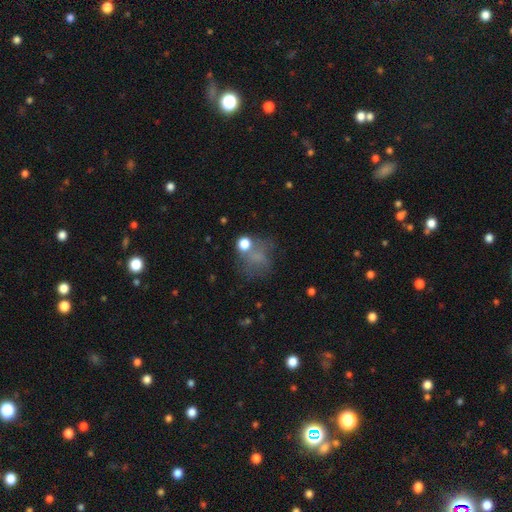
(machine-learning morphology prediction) A smooth galaxy with no disk features (53%) that is round (62%).

Vote fractions:
- Smooth or featured? smooth: 53% / star or artifact: 24% / featured or disk: 23%
- How rounded? round: 62% / in between: 37% / cigar-shaped: 1%
- Merging? none: 44% / major disturbance: 28% / minor disturbance: 20% / merger: 8%